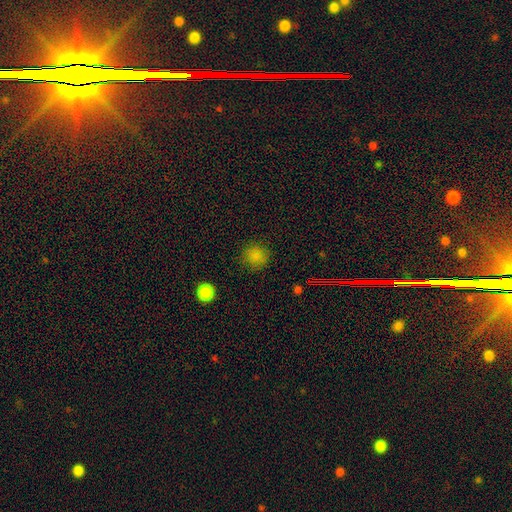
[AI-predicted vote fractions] Overall: smooth (81%). How rounded: round (93%). Merging: none (87%).